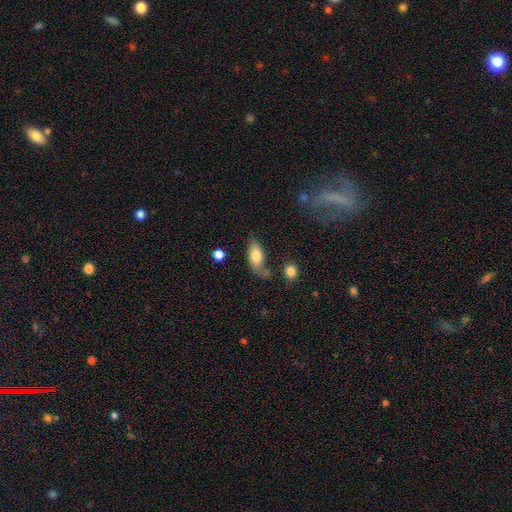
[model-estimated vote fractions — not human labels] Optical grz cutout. It shows a smooth galaxy with no disk features (76%) that is in between round and cigar-shaped (89%). Merging: none (58%).